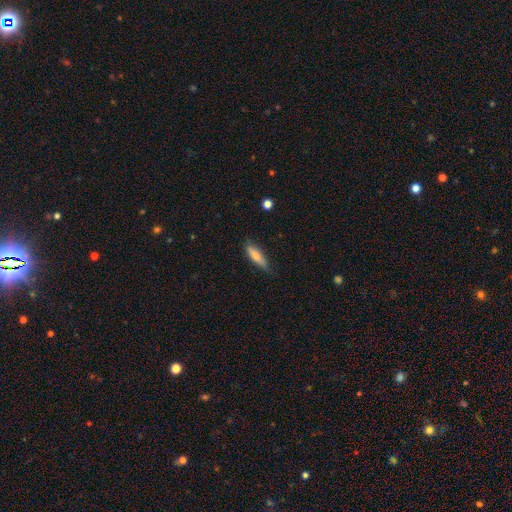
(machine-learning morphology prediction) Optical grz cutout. It shows a smooth galaxy with no disk features (73%) that is cigar-shaped (70%). Merging: none (75%).